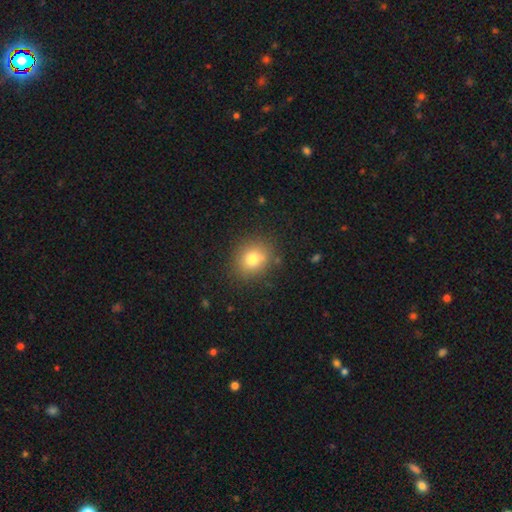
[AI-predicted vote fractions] The model was most divided on "how rounded": round: 72%, in between: 27%, cigar-shaped: 1%. More confident: merging — none (87%); smooth or featured — smooth (77%).